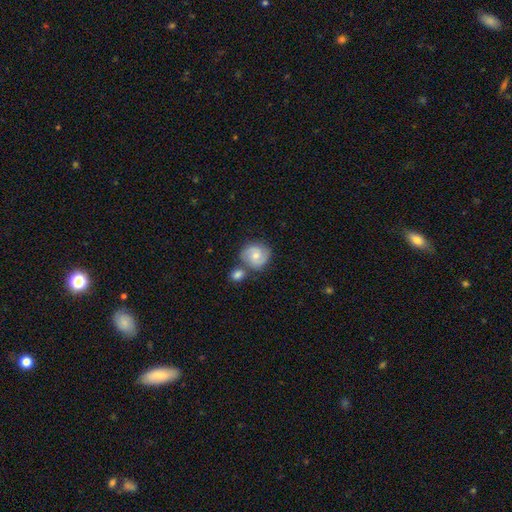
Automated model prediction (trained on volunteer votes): featured or disk 55%, smooth 38%, star or artifact 7%. Down the decision tree: edge-on disk — no (98%); bar — no (61%); spiral arms — yes (90%); bulge size — moderate (52%); merging — none (57%).